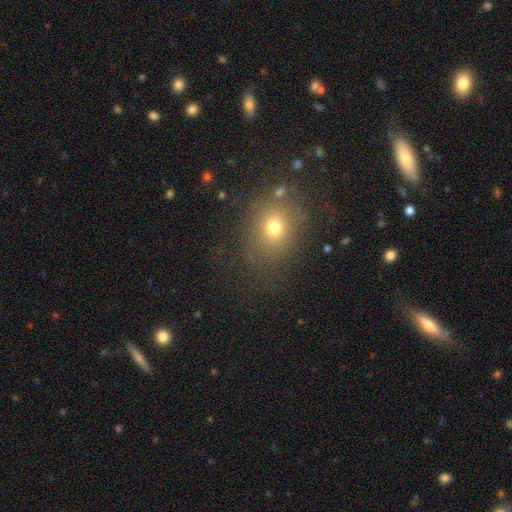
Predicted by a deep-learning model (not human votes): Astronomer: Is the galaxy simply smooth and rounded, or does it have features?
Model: smooth — 59%.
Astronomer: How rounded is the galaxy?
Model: round — 63%.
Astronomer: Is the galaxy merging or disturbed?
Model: none — 84%.